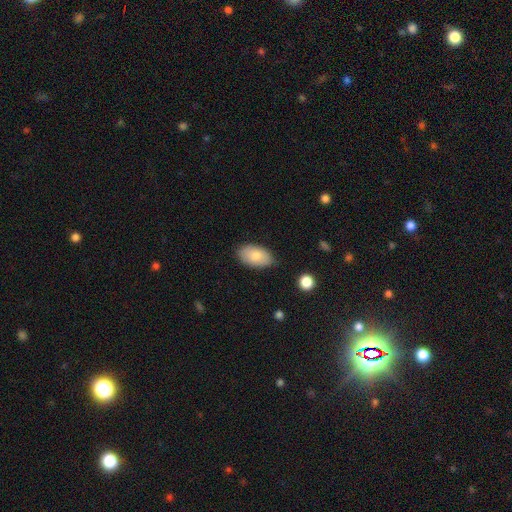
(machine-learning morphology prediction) A smooth galaxy with no disk features (82%) that is in between round and cigar-shaped (94%). Merging: none (80%).